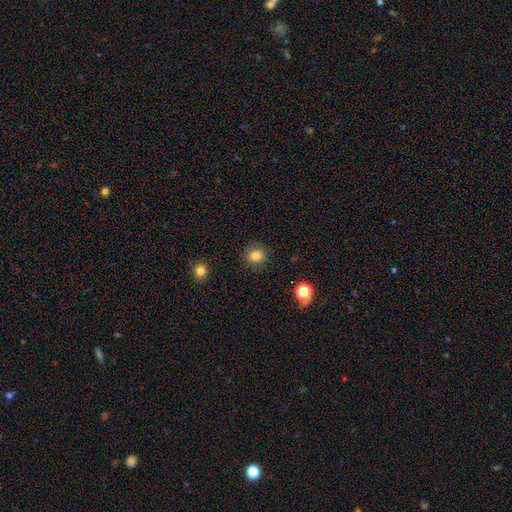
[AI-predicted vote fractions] A smooth galaxy with no disk features (82%) that is round (83%).

Vote fractions:
- Smooth or featured? smooth: 82% / star or artifact: 12% / featured or disk: 7%
- How rounded? round: 83% / in between: 16% / cigar-shaped: 1%
- Merging? none: 86% / minor disturbance: 9% / major disturbance: 3% / merger: 1%